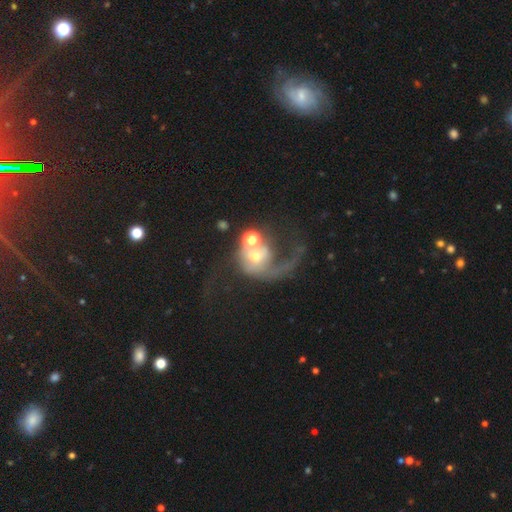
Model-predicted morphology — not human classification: Smooth or featured? featured or disk (61%)
Edge-on disk? no (97%)
Bar? no (69%)
Spiral arms? yes (71%)
Bulge size? moderate (51%)
Merging? major disturbance (38%)